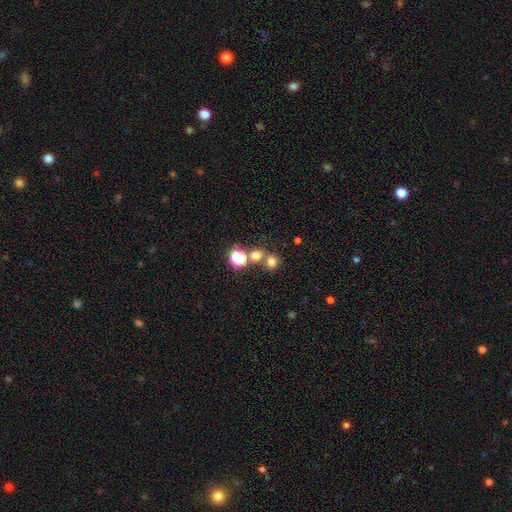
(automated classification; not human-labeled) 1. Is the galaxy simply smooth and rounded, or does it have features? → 69% smooth, 22% star or artifact, 9% featured or disk.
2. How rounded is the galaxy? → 81% round, 17% in between, 1% cigar-shaped.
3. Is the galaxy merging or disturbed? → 57% none, 32% merger, 7% minor disturbance, 4% major disturbance.